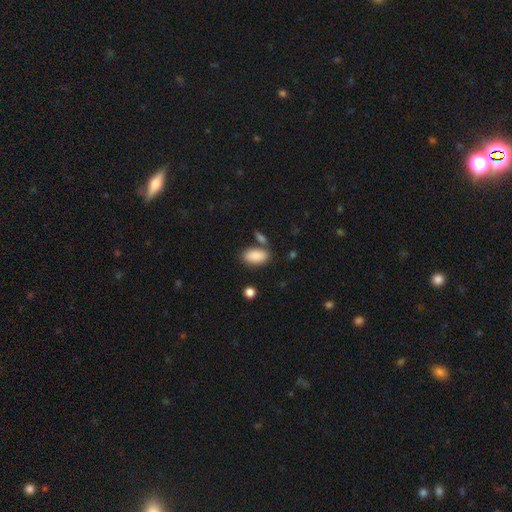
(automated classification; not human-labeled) Smooth or featured: smooth — 88% (star or artifact — 7%)
How rounded: in between — 93% (cigar-shaped — 4%)
Merging: none — 71% (merger — 13%)